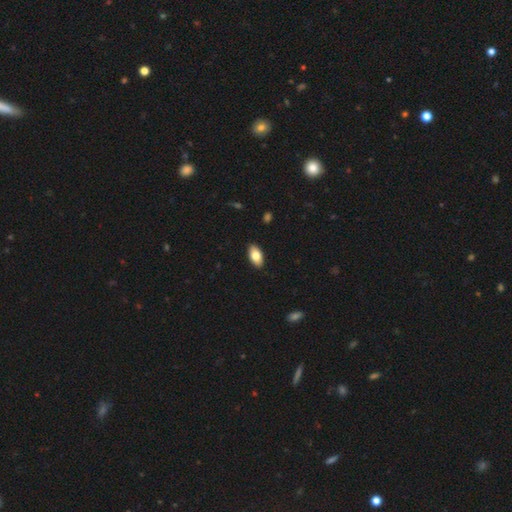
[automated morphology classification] type=smooth (79%); roundness=in between (93%); merging=none (90%).